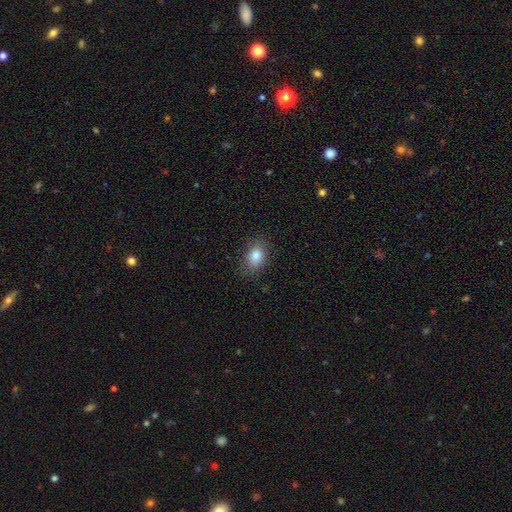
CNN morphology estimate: Smooth or featured? smooth (83%)
How rounded? in between (80%)
Merging? none (83%)